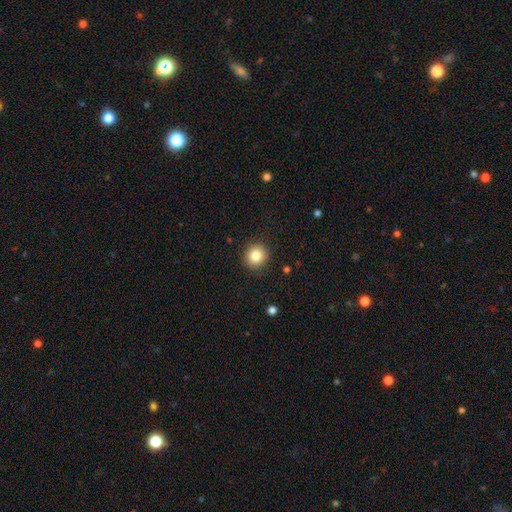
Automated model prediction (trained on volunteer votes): A smooth galaxy with no disk features (84%) that is round (89%).

Vote fractions:
- Smooth or featured? smooth: 84% / star or artifact: 10% / featured or disk: 6%
- How rounded? round: 89% / in between: 10% / cigar-shaped: 1%
- Merging? none: 89% / minor disturbance: 7% / major disturbance: 2% / merger: 1%